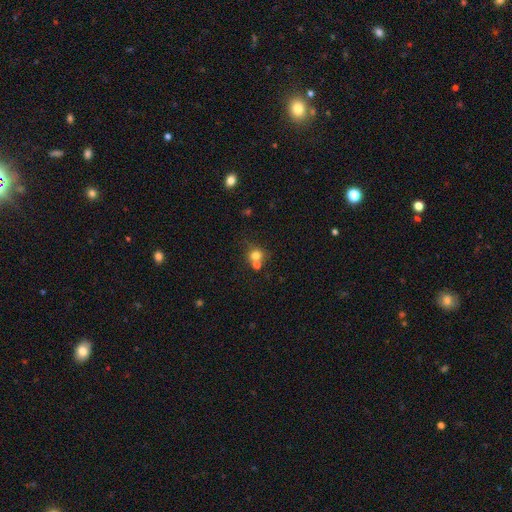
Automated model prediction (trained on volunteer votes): smooth 75%, star or artifact 14%, featured or disk 11%. Down the decision tree: how rounded — round (84%); merging — none (48%).